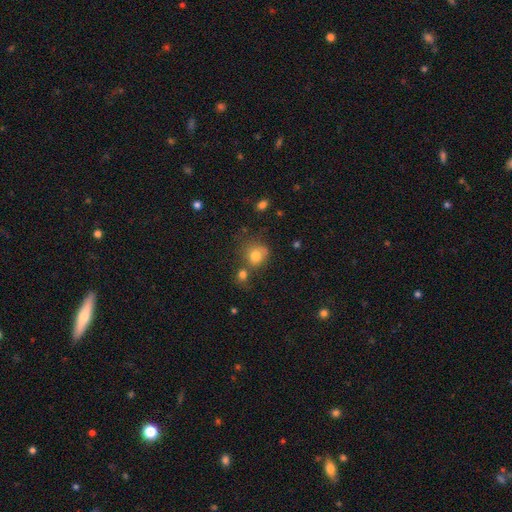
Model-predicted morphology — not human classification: A smooth galaxy with no disk features (77%) that is round (76%).

Vote fractions:
- Smooth or featured? smooth: 77% / star or artifact: 12% / featured or disk: 11%
- How rounded? round: 76% / in between: 23% / cigar-shaped: 1%
- Merging? none: 50% / merger: 24% / minor disturbance: 18% / major disturbance: 9%